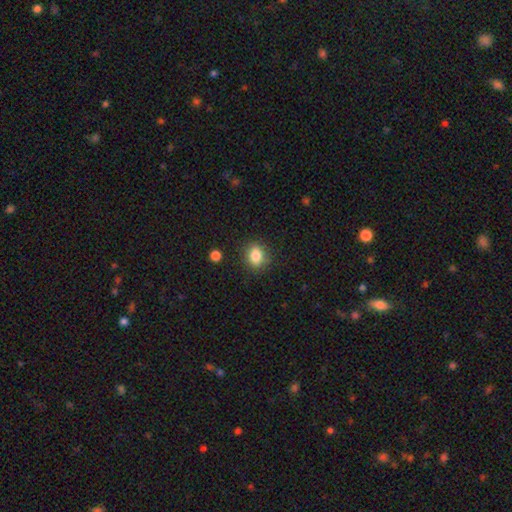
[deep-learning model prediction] smooth 84%, star or artifact 10%, featured or disk 6%. Down the decision tree: how rounded — in between (55%); merging — none (87%).